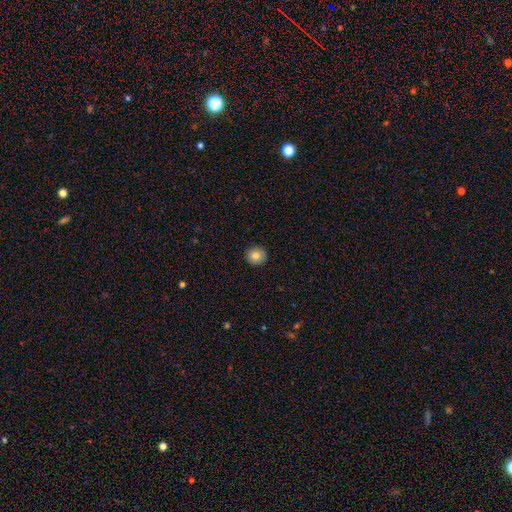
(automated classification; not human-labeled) smooth 83%, star or artifact 9%, featured or disk 8%. Down the decision tree: how rounded — round (91%); merging — none (92%).